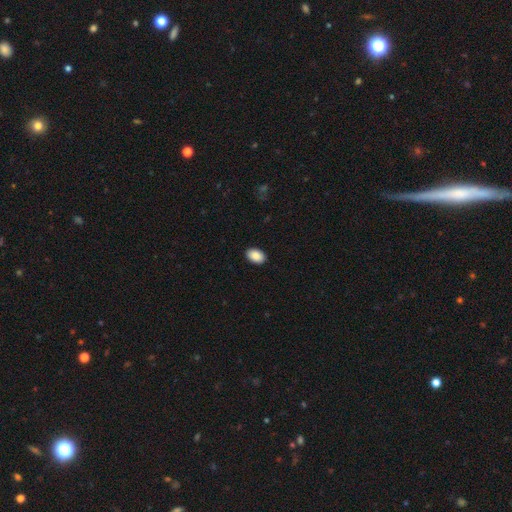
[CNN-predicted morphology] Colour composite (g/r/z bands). It shows a smooth galaxy with no disk features (89%) that is in between round and cigar-shaped (87%). Merging: none (91%).